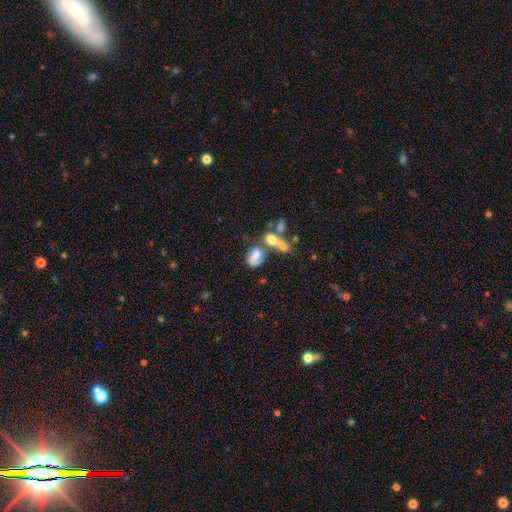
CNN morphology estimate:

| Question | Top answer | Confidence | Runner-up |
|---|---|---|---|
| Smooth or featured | smooth | 66% | featured or disk (22%) |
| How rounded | in between | 77% | round (21%) |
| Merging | merger | 52% | none (23%) |